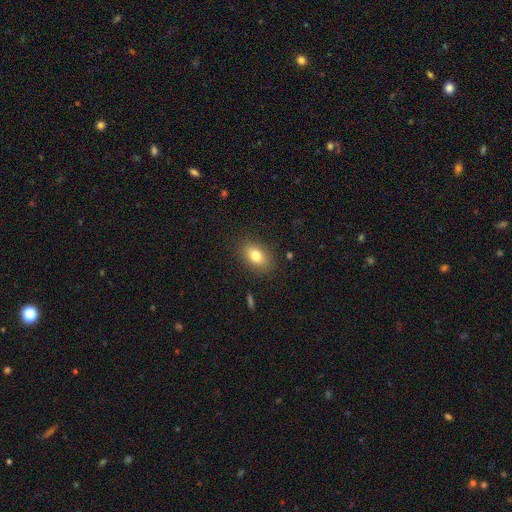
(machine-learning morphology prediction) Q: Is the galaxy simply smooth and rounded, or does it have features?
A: smooth — 80%.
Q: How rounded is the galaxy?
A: in between — 83%.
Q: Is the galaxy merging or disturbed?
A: none — 86%.